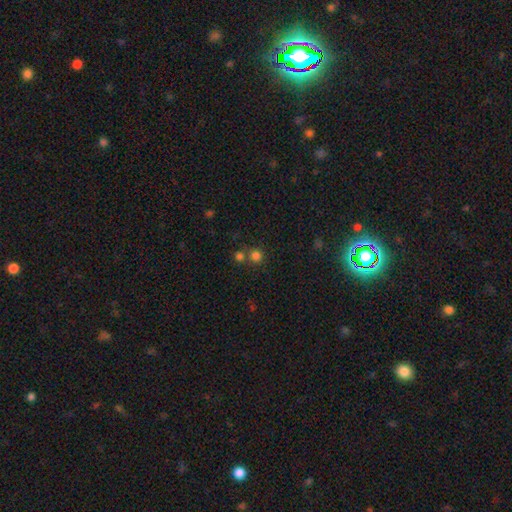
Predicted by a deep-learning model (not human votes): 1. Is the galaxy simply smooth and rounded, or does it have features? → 76% smooth, 18% star or artifact, 6% featured or disk.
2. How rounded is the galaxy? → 89% round, 10% in between, 1% cigar-shaped.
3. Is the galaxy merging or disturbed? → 61% none, 29% merger, 7% minor disturbance, 3% major disturbance.